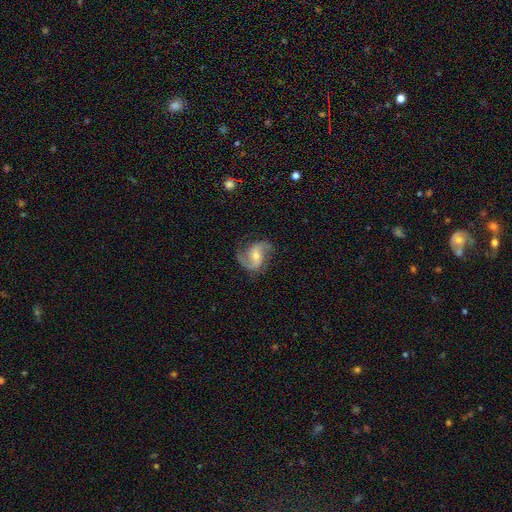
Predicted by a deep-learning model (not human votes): Morphology: type=featured or disk (85%); edge-on=no (98%); bar=no (45%); spiral arms=yes (97%); winding=medium (49%); arm count=2 (90%); bulge=moderate (51%); merging=none (75%).